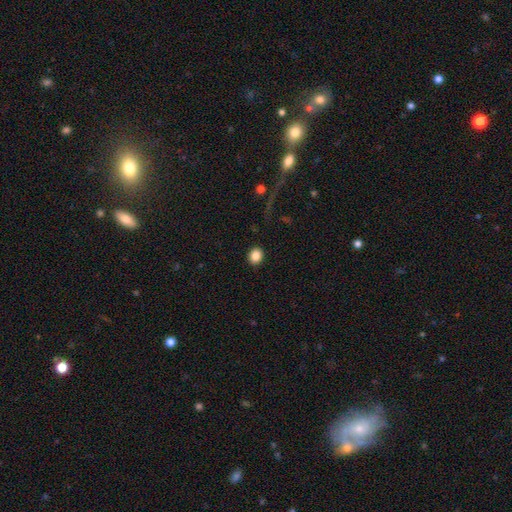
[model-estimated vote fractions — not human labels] Q: Smooth or featured?
A: smooth (87%); runner-up: star or artifact (9%)
Q: How rounded?
A: round (66%); runner-up: in between (33%)
Q: Merging?
A: none (91%); runner-up: minor disturbance (6%)